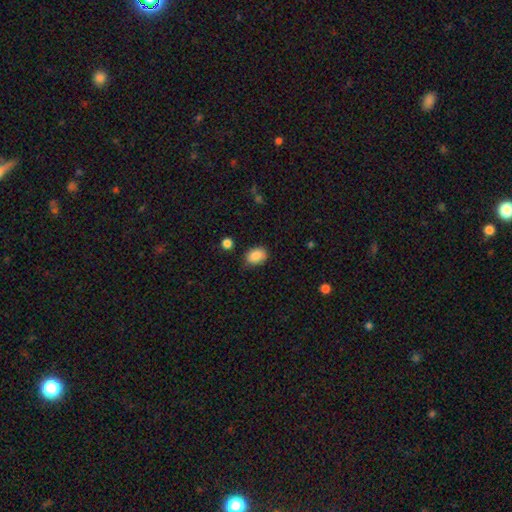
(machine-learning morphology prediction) This appears to be a smooth galaxy with no disk features (87%) that is in between round and cigar-shaped (75%). Merging: none (79%).